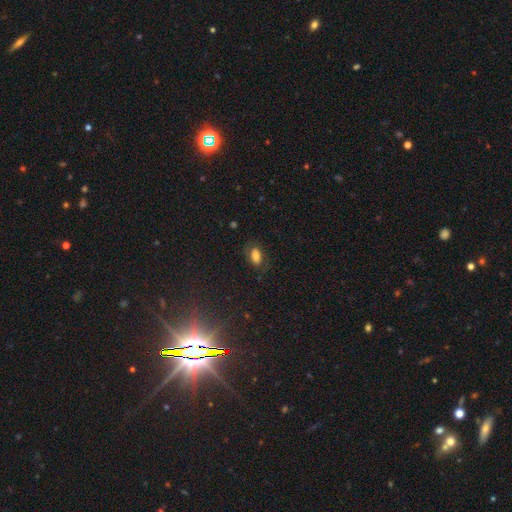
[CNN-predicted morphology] Smooth or featured? smooth (70%)
How rounded? in between (90%)
Merging? none (72%)